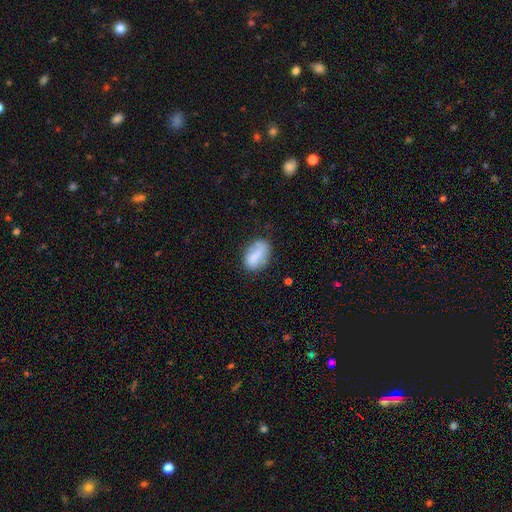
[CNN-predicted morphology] Smooth or featured: smooth — 72% (featured or disk — 20%)
How rounded: in between — 86% (round — 10%)
Merging: none — 64% (minor disturbance — 24%)